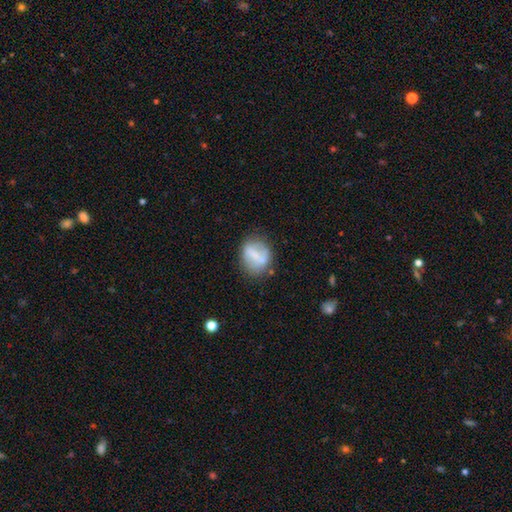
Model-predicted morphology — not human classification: Smooth or featured? smooth (53%)
How rounded? in between (49%)
Merging? none (66%)